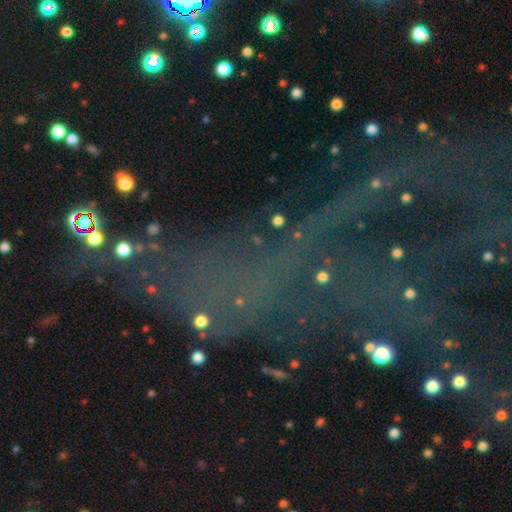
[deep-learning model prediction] Smooth or featured? star or artifact (68%)